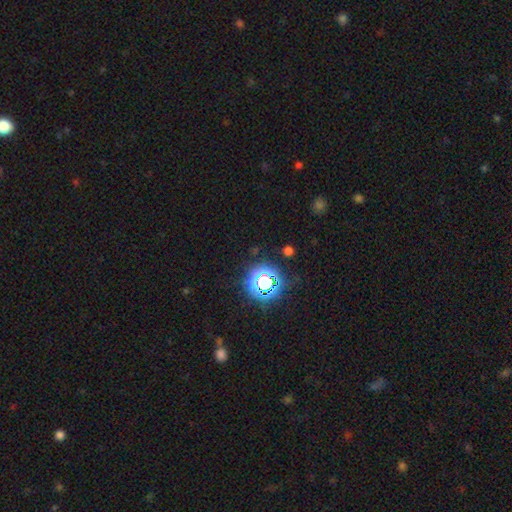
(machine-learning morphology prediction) A star or artifact, not a galaxy (77%).